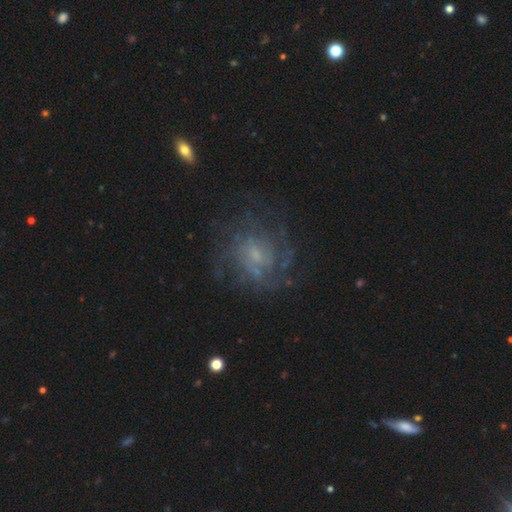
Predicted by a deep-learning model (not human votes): This is likely a featured or disk galaxy (71%). It is clearly not viewed edge-on (97%). Bar: possibly no (57%). Spiral arm pattern: clearly yes (83%). Spiral arm count: possibly can't tell (53%). Spiral winding: possibly tight (49%). Central bulge: possibly small (56%). Merging: likely none (70%).